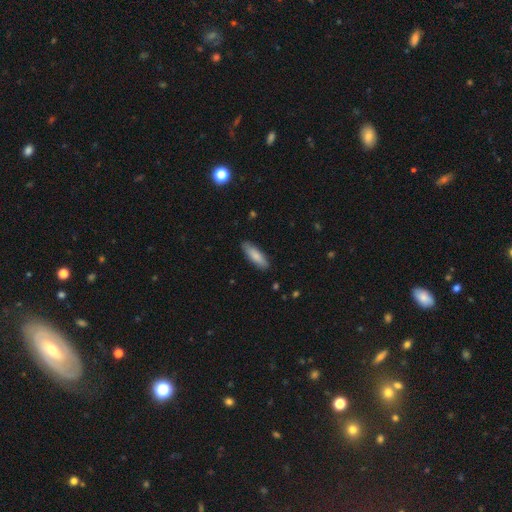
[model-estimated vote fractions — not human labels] A smooth galaxy with no disk features (83%) that is cigar-shaped (53%). Merging: none (87%).